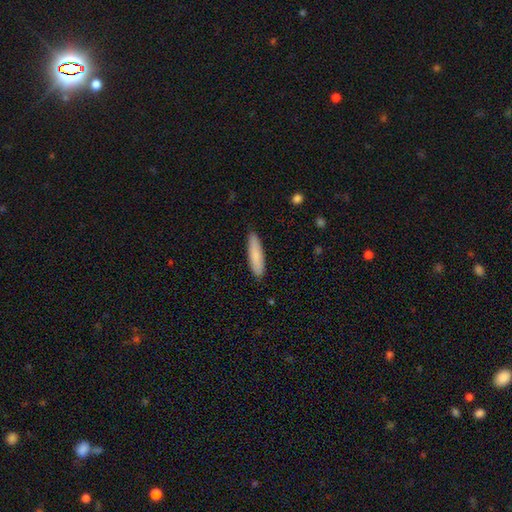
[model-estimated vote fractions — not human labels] smooth-or-featured: smooth: 85% | featured or disk: 9% | star or artifact: 6%
  how-rounded: cigar-shaped: 77% | in between: 21% | round: 1%
  merging: none: 89% | minor disturbance: 8% | major disturbance: 2% | merger: 1%